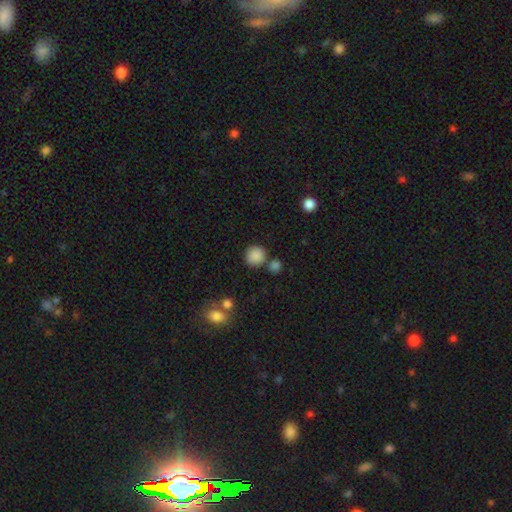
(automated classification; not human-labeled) This appears to be a smooth galaxy with no disk features (86%) that is round (91%). Merging: none (74%).